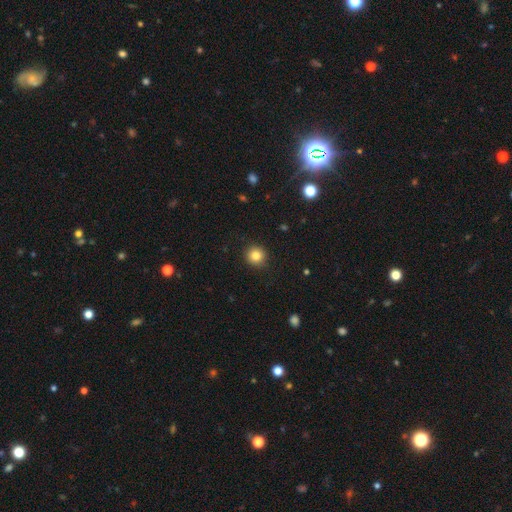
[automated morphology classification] Smooth or featured?
  - smooth: 84% *
  - star or artifact: 11%
  - featured or disk: 5%
How rounded?
  - round: 93% *
  - in between: 6%
  - cigar-shaped: 1%
Merging?
  - none: 91% *
  - minor disturbance: 6%
  - major disturbance: 2%
  - merger: 1%